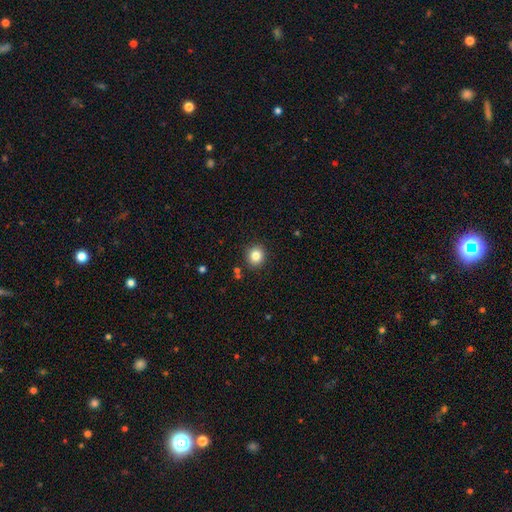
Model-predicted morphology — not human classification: Smooth or featured: smooth — 83% (star or artifact — 11%)
How rounded: round — 85% (in between — 14%)
Merging: none — 89% (minor disturbance — 7%)